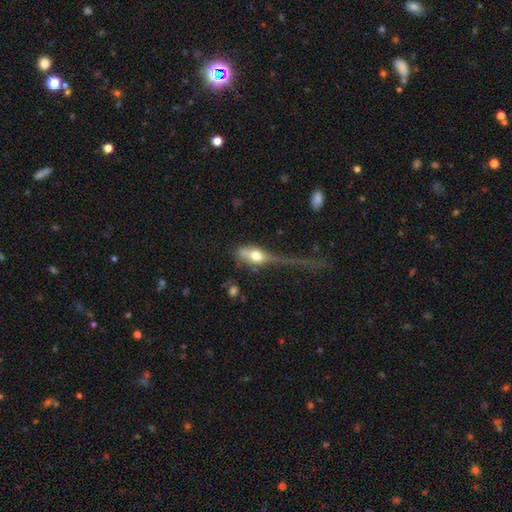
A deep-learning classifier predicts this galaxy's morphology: A smooth galaxy with no disk features (51%) that is in between round and cigar-shaped (65%).

Vote fractions:
- Smooth or featured? smooth: 51% / featured or disk: 40% / star or artifact: 10%
- How rounded? in between: 65% / cigar-shaped: 23% / round: 11%
- Merging? major disturbance: 48% / none: 23% / minor disturbance: 21% / merger: 8%